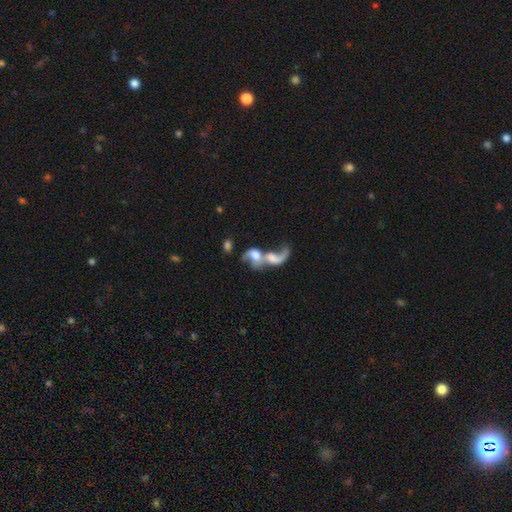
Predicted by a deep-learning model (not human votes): The model was most divided on "bulge size": moderate: 33%, large: 26%, none: 19%, small: 16%, dominant: 6%. More confident: edge-on disk — no (95%); merging — merger (76%); bar — no (68%); spiral arms — yes (65%); smooth or featured — featured or disk (55%).